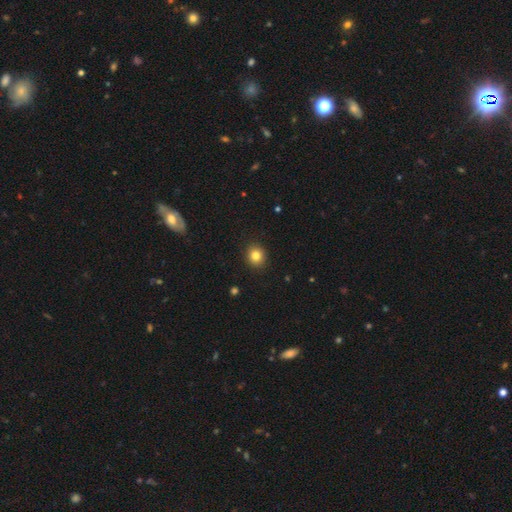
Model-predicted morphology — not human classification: A smooth galaxy with no disk features (83%) that is round (84%).

Vote fractions:
- Smooth or featured? smooth: 83% / star or artifact: 11% / featured or disk: 6%
- How rounded? round: 84% / in between: 16% / cigar-shaped: 1%
- Merging? none: 92% / minor disturbance: 6% / major disturbance: 2% / merger: 1%